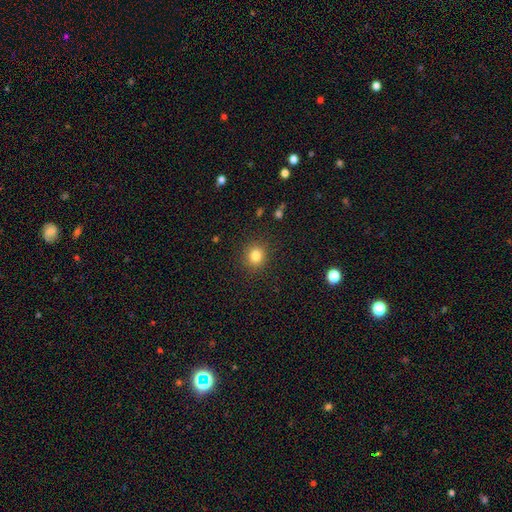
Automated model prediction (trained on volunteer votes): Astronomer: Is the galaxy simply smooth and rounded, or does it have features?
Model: smooth — 82%.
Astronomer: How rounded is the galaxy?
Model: round — 85%.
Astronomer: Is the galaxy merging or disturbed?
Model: none — 90%.